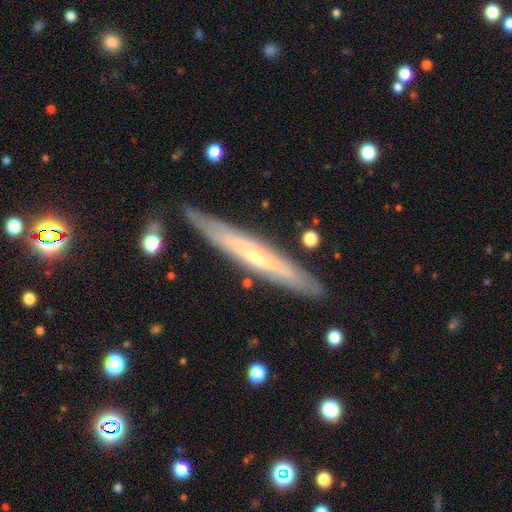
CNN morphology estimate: The model was most divided on "edge-on bulge" (2-way tie): rounded: 48%, none: 48%, boxy: 4%. More confident: merging — none (85%); edge-on disk — yes (84%); smooth or featured — featured or disk (65%).